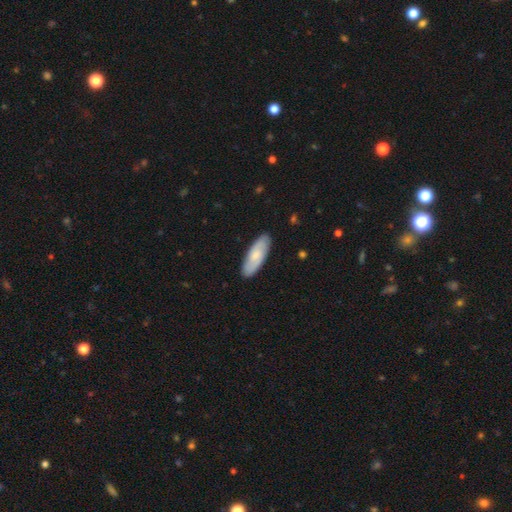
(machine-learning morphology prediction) Q: Smooth or featured?
A: smooth (65%); runner-up: featured or disk (30%)
Q: How rounded?
A: in between (68%); runner-up: cigar-shaped (30%)
Q: Merging?
A: none (88%); runner-up: minor disturbance (9%)